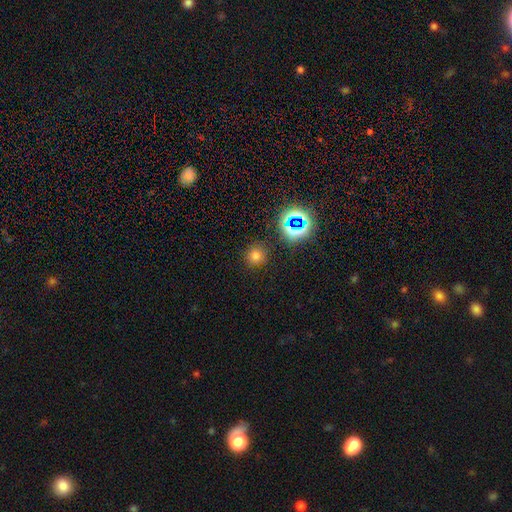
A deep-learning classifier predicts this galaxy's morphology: Smooth or featured? Predicted: smooth (p=0.69). How rounded? Predicted: round (p=0.91). Merging? Predicted: none (p=0.87).